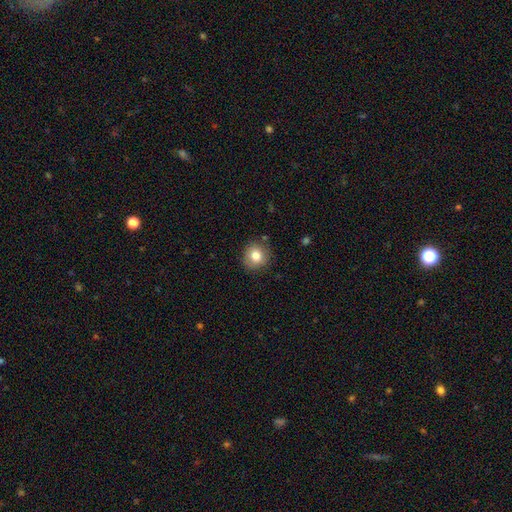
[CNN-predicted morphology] The model was most divided on "smooth or featured": smooth: 81%, star or artifact: 10%, featured or disk: 9%. More confident: how rounded — round (88%); merging — none (86%).